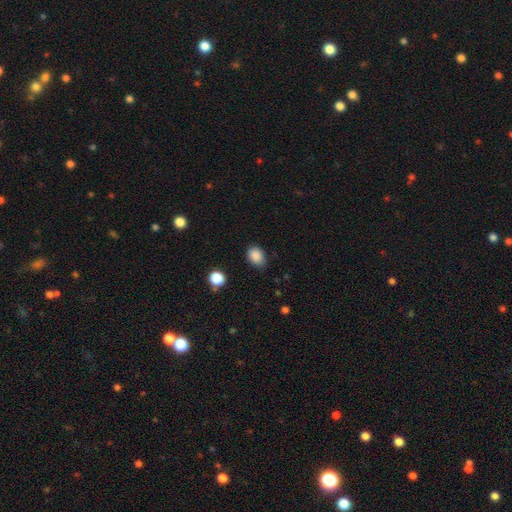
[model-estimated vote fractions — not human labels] Smooth or featured? smooth (87%)
How rounded? in between (73%)
Merging? none (77%)